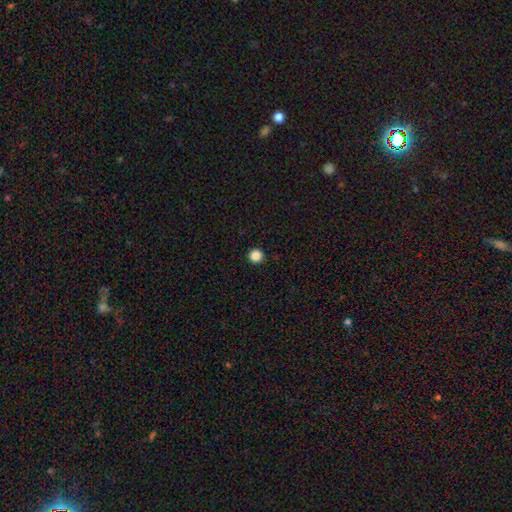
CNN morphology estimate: This appears to be a smooth galaxy with no disk features (86%) that is round (96%). Merging: none (93%).